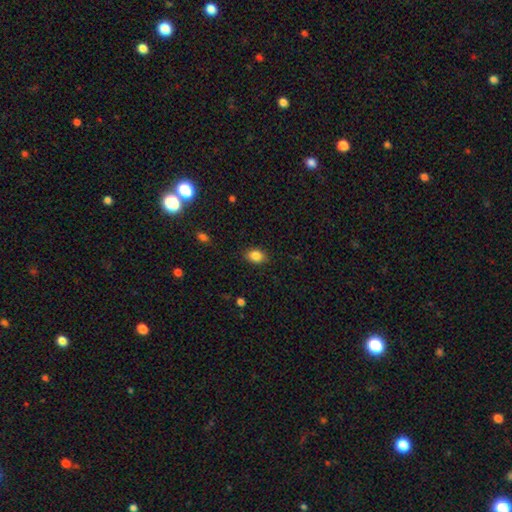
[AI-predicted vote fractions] Smooth or featured?
  - smooth: 85% *
  - star or artifact: 10%
  - featured or disk: 5%
How rounded?
  - in between: 72% *
  - round: 27%
  - cigar-shaped: 1%
Merging?
  - none: 87% *
  - minor disturbance: 10%
  - major disturbance: 2%
  - merger: 1%